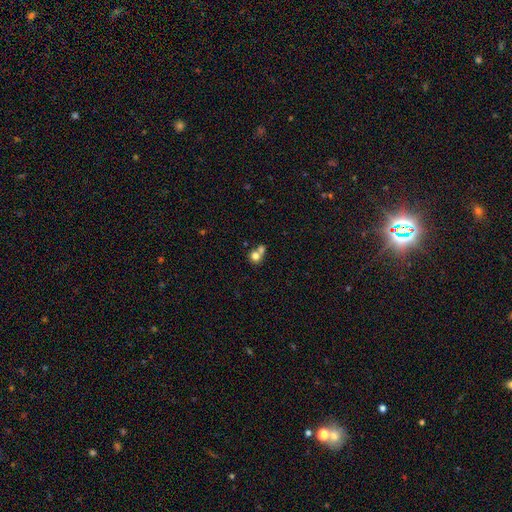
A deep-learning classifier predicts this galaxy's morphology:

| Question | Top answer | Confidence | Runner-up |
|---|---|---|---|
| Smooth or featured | smooth | 75% | featured or disk (14%) |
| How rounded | round | 81% | in between (18%) |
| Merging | merger | 55% | none (36%) |